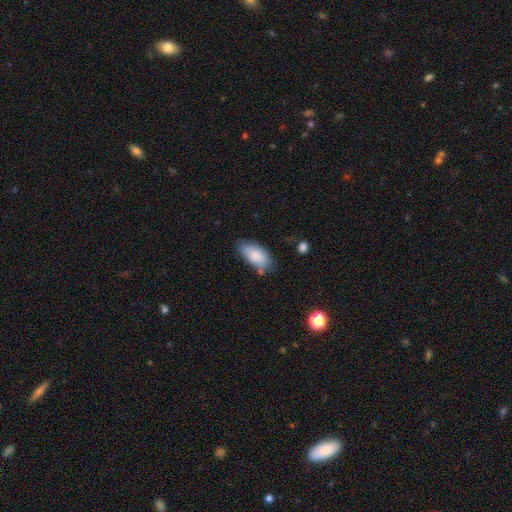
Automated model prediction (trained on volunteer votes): This is clearly a smooth galaxy (85%). How rounded: clearly in between (92%). Merging: likely none (66%).